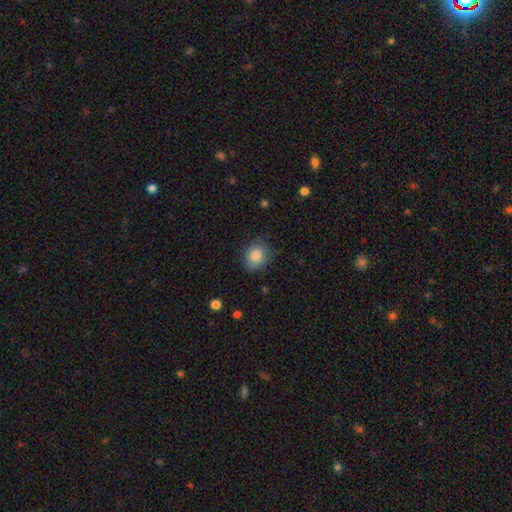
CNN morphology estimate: smooth-or-featured: smooth: 86% | star or artifact: 8% | featured or disk: 6%
  how-rounded: round: 61% | in between: 38% | cigar-shaped: 1%
  merging: none: 78% | minor disturbance: 17% | major disturbance: 4% | merger: 1%